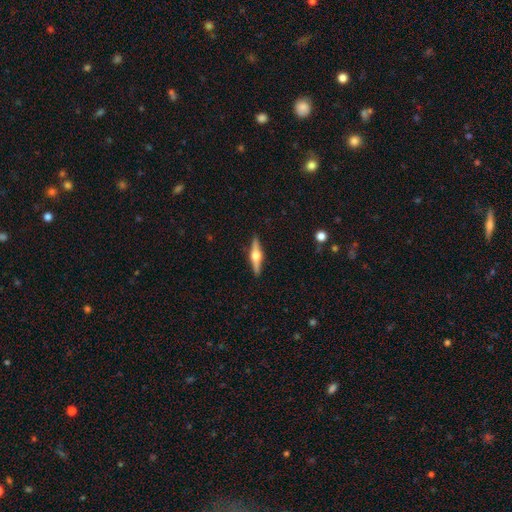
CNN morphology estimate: smooth-or-featured: featured or disk: 74% | smooth: 21% | star or artifact: 6%
  disk-edge-on: yes: 97% | no: 3%
    edge-on-bulge: rounded: 95% | boxy: 4% | none: 1%
  merging: none: 90% | minor disturbance: 7% | major disturbance: 2% | merger: 1%